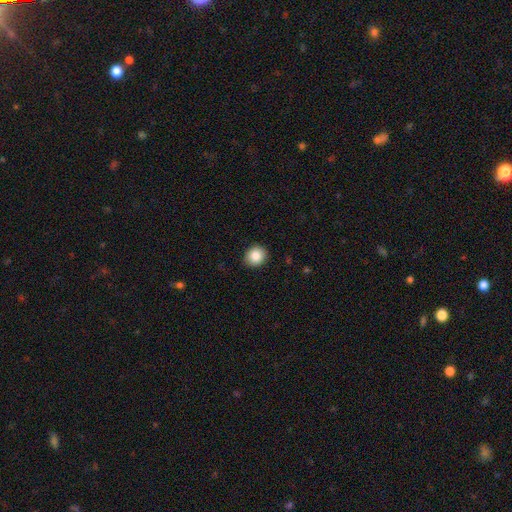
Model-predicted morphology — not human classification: smooth 86%, star or artifact 9%, featured or disk 5%. Down the decision tree: how rounded — round (78%); merging — none (89%).